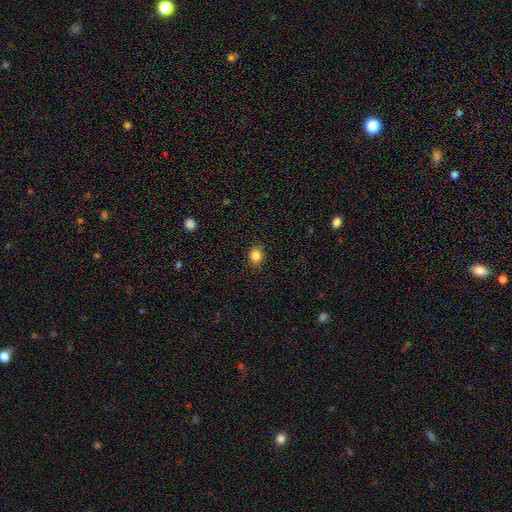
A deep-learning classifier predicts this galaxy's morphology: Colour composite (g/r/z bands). It shows a smooth galaxy with no disk features (85%) that is round (72%). Merging: none (90%).